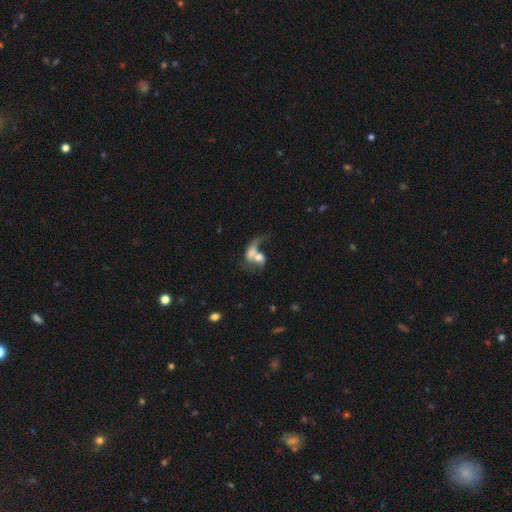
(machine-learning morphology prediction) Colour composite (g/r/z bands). It shows a featured or disk galaxy (47%). Merging: merger (68%).